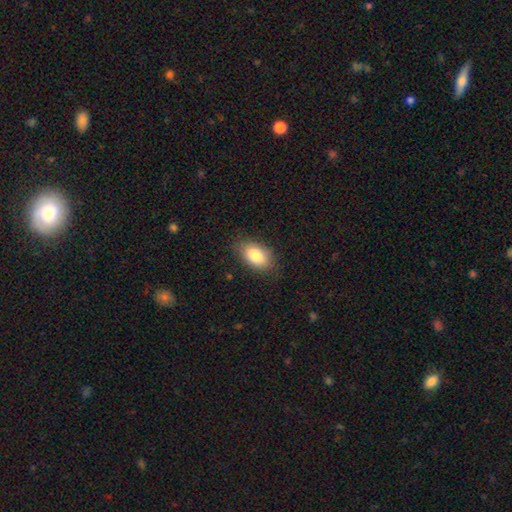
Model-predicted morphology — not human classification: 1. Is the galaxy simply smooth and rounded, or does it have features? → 84% smooth, 9% featured or disk, 7% star or artifact.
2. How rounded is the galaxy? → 91% in between, 7% round, 2% cigar-shaped.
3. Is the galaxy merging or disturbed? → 82% none, 14% minor disturbance, 3% major disturbance, 1% merger.